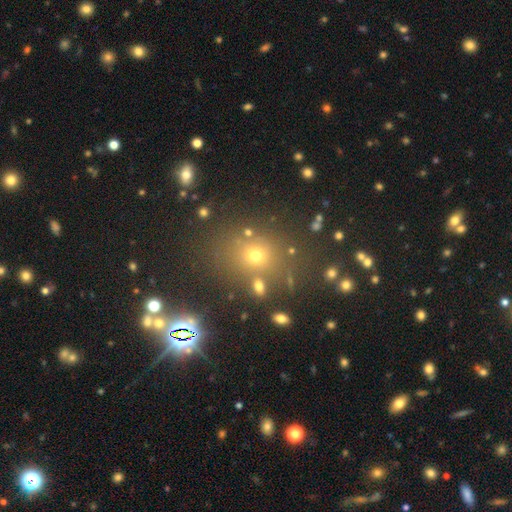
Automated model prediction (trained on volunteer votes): Smooth or featured?
  - smooth: 57% *
  - star or artifact: 31%
  - featured or disk: 12%
How rounded?
  - round: 66% *
  - in between: 32%
  - cigar-shaped: 1%
Merging?
  - none: 77% *
  - minor disturbance: 10%
  - merger: 8%
  - major disturbance: 5%